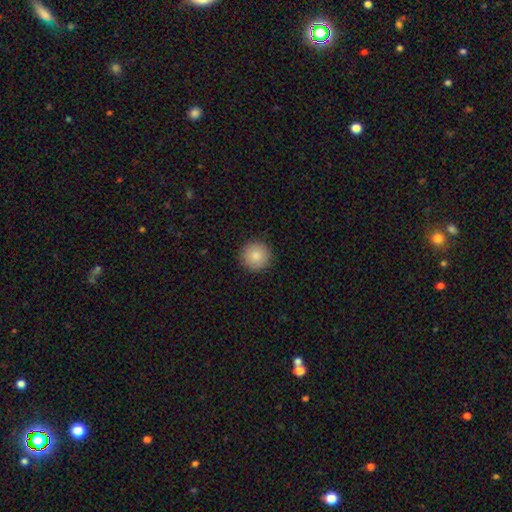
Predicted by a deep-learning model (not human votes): Smooth or featured? smooth (85%)
How rounded? round (96%)
Merging? none (92%)